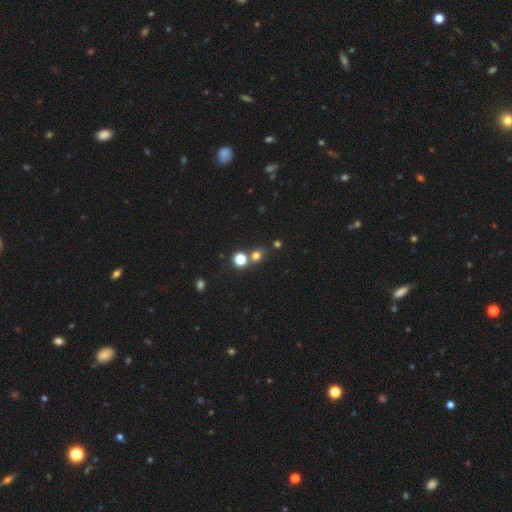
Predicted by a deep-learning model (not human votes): This is likely a smooth galaxy (66%). How rounded: likely round (72%). Merging: likely none (63%).